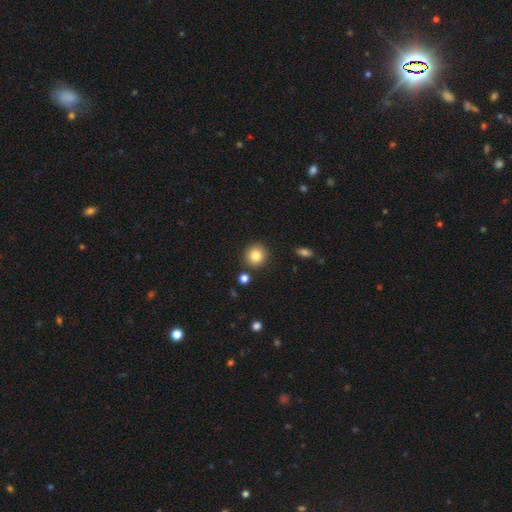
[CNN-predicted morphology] smooth-or-featured: smooth: 83% | star or artifact: 10% | featured or disk: 7%
  how-rounded: round: 90% | in between: 9% | cigar-shaped: 1%
  merging: none: 87% | minor disturbance: 7% | merger: 4% | major disturbance: 2%